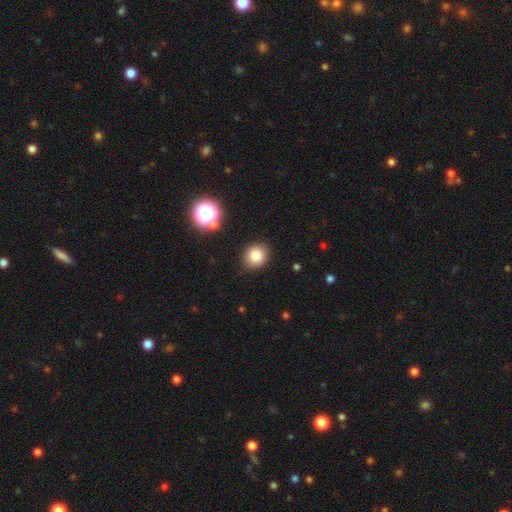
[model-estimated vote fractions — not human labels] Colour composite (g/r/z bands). It shows a smooth galaxy with no disk features (83%) that is round (74%). Merging: none (87%).